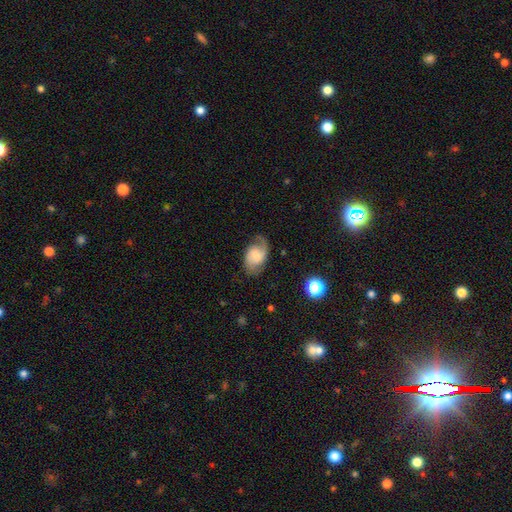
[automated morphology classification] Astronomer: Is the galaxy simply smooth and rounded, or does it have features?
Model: featured or disk — 62%.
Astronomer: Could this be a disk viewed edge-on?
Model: no — 97%.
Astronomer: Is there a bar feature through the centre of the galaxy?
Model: weak — 46% (runner-up: no, 44%).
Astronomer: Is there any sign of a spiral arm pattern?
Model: yes — 92%.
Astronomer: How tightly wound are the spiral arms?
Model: medium — 46% (runner-up: loose, 33%).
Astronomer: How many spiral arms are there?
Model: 2 — 74%.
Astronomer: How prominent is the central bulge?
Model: moderate — 33% (runner-up: small, 31%).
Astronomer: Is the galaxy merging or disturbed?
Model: none — 67%.